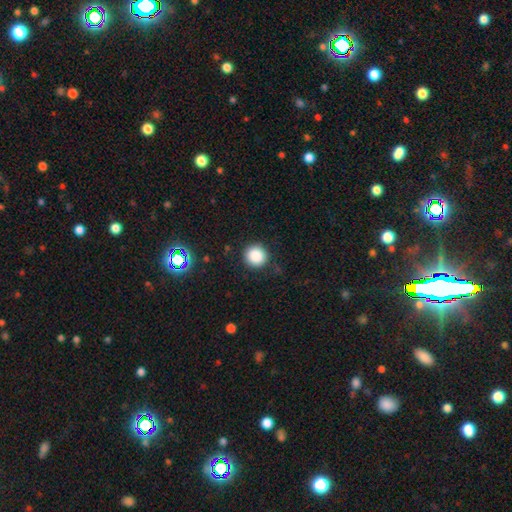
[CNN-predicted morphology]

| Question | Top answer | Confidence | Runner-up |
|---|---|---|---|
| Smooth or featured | smooth | 86% | star or artifact (11%) |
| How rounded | round | 94% | in between (5%) |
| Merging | none | 88% | minor disturbance (8%) |